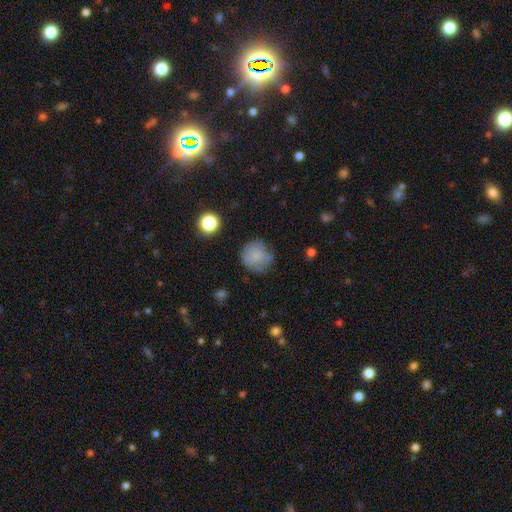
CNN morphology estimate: Smooth or featured? Predicted: smooth (p=0.72). How rounded? Predicted: round (p=0.91). Merging? Predicted: none (p=0.66).